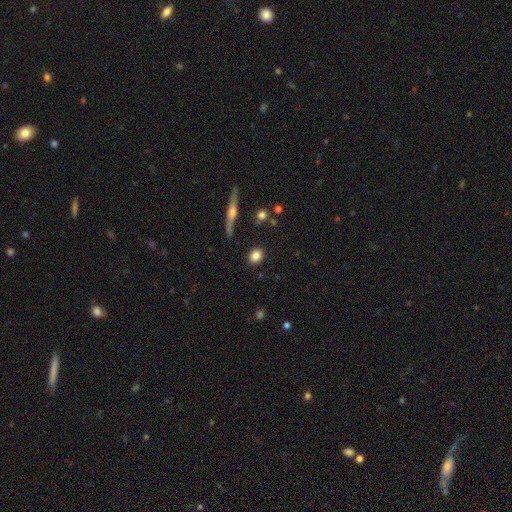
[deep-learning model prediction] Smooth or featured? smooth (84%)
How rounded? round (71%)
Merging? none (89%)